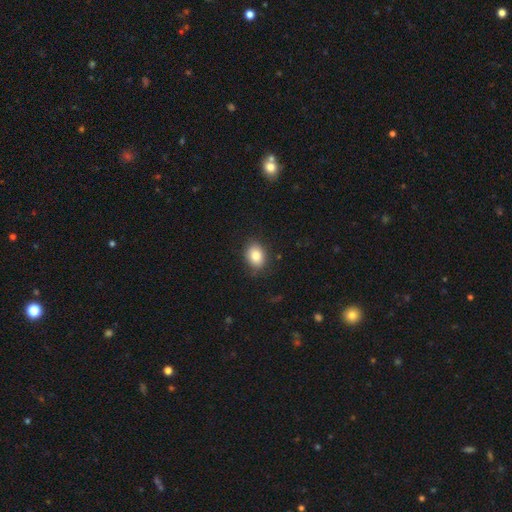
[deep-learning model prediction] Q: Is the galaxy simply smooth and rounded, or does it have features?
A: smooth — 84%.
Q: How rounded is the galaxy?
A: in between — 63%.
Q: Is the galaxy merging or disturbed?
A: none — 82%.